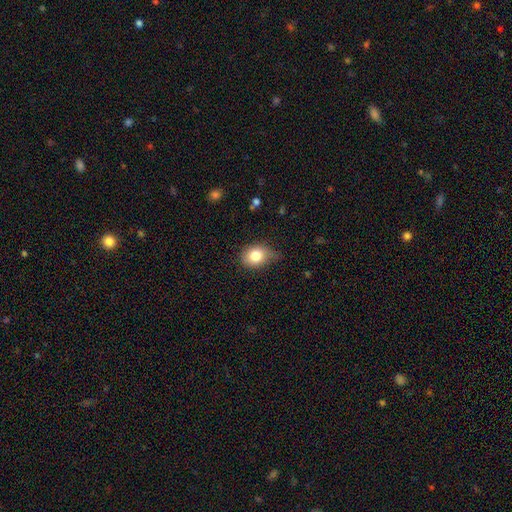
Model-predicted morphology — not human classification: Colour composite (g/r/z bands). It shows a smooth galaxy with no disk features (80%) that is in between round and cigar-shaped (57%). Merging: none (54%).